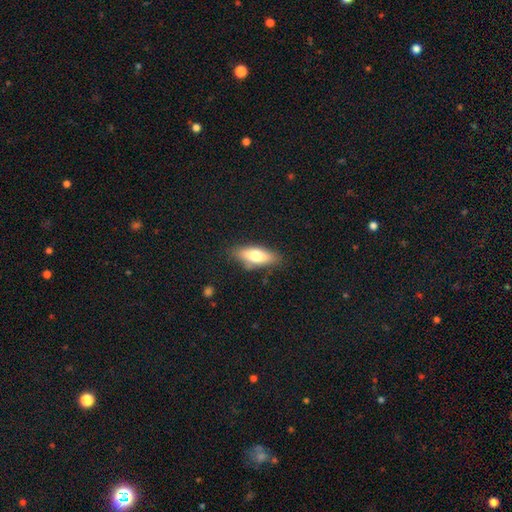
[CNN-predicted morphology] Smooth or featured? Predicted: smooth (p=0.68). How rounded? Predicted: in between (p=0.67). Merging? Predicted: none (p=0.80).